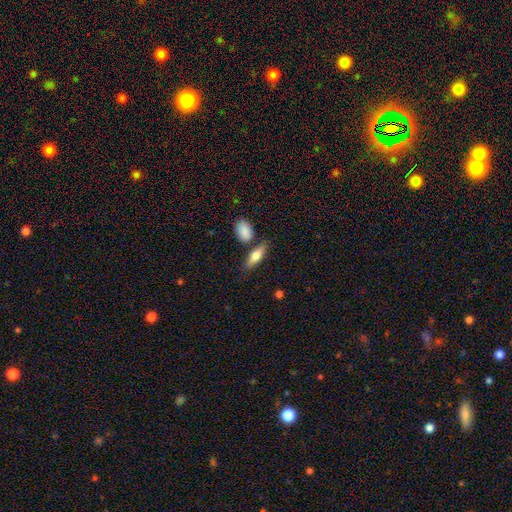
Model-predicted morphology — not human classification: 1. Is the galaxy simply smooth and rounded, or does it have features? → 70% smooth, 24% featured or disk, 6% star or artifact.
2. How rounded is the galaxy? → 62% in between, 34% cigar-shaped, 4% round.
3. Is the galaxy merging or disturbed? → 71% none, 13% minor disturbance, 12% merger, 4% major disturbance.